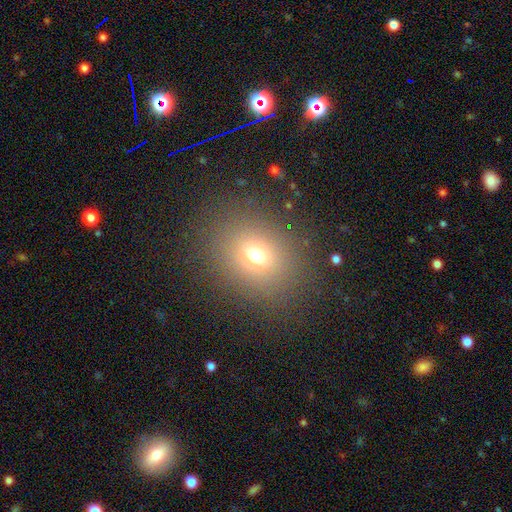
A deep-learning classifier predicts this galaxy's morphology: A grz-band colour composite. It shows a smooth galaxy with no disk features (69%) that is round (58%). Merging: none (84%).